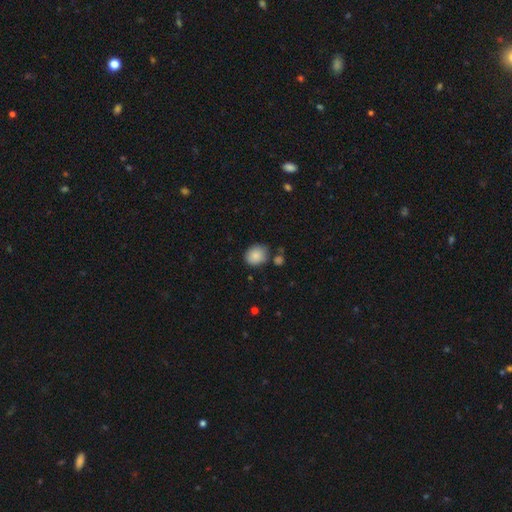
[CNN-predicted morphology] The model was most divided on "how rounded": round: 58%, in between: 41%, cigar-shaped: 1%. More confident: smooth or featured — smooth (86%); merging — none (69%).